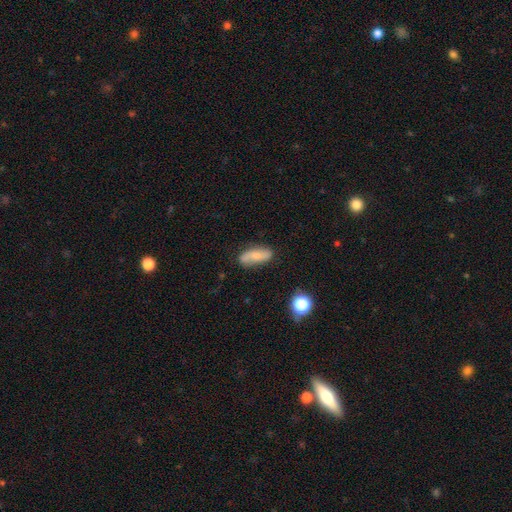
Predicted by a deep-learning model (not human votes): This is possibly a smooth galaxy (55%). How rounded: likely in between (72%). Merging: likely none (76%).